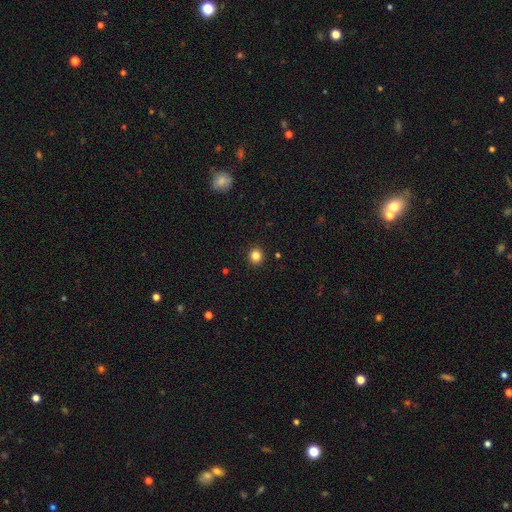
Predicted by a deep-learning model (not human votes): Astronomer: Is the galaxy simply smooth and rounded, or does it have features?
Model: smooth — 83%.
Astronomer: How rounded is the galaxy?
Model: round — 92%.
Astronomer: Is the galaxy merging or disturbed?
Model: none — 93%.